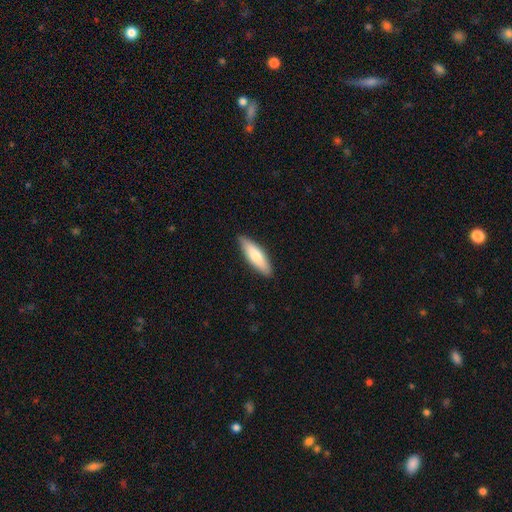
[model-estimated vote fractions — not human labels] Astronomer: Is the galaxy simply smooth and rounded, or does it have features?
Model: smooth — 74%.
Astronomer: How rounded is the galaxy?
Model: cigar-shaped — 57% (runner-up: in between, 41%).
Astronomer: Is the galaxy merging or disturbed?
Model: none — 88%.